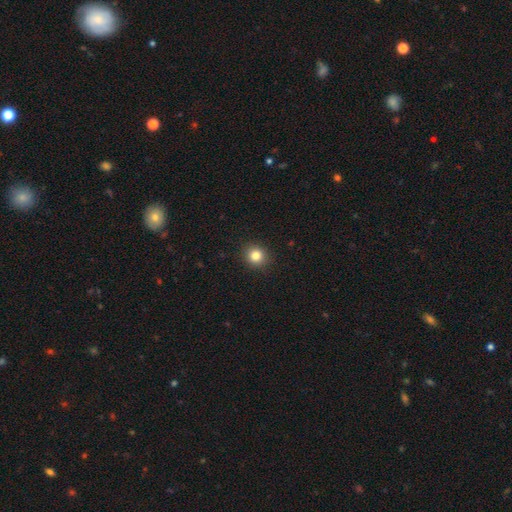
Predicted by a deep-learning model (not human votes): Smooth or featured? Predicted: smooth (p=0.83). How rounded? Predicted: round (p=0.83). Merging? Predicted: none (p=0.91).